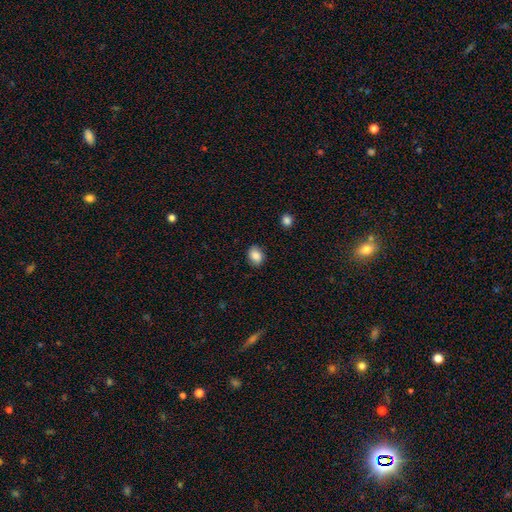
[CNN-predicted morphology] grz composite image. It shows a smooth galaxy with no disk features (86%) that is in between round and cigar-shaped (53%). Merging: none (83%).